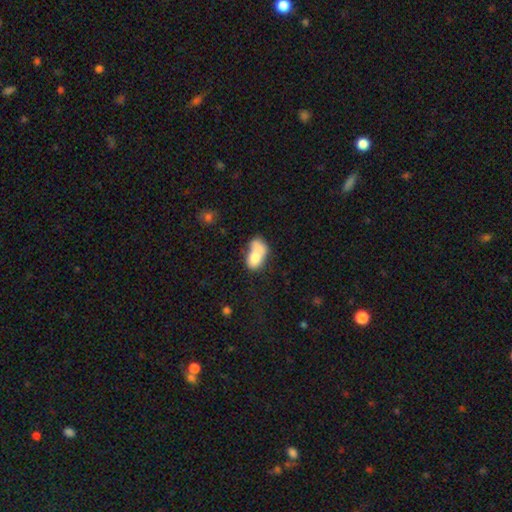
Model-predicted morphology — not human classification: A smooth galaxy with no disk features (71%) that is in between round and cigar-shaped (88%).

Vote fractions:
- Smooth or featured? smooth: 71% / featured or disk: 21% / star or artifact: 8%
- How rounded? in between: 88% / round: 10% / cigar-shaped: 3%
- Merging? merger: 42% / none: 21% / minor disturbance: 20% / major disturbance: 17%